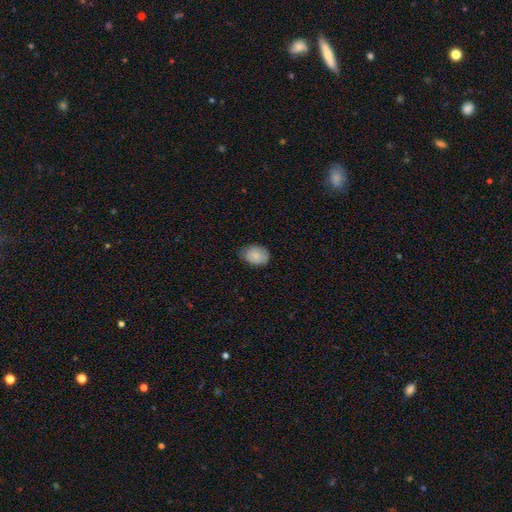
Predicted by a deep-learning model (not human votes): Smooth or featured? smooth (84%)
How rounded? in between (69%)
Merging? none (72%)